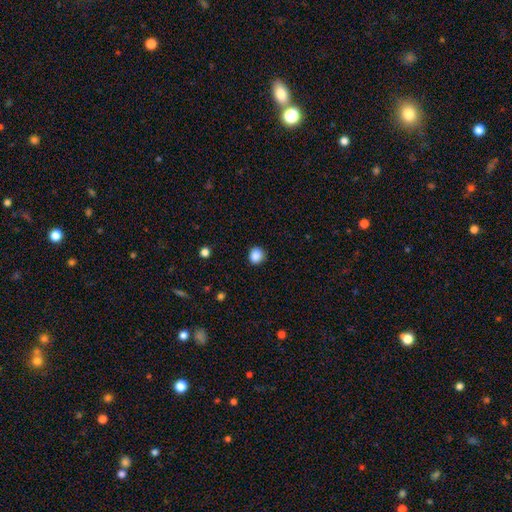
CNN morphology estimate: smooth-or-featured: smooth: 87% | star or artifact: 10% | featured or disk: 3%
  how-rounded: round: 84% | in between: 15% | cigar-shaped: 1%
  merging: none: 88% | minor disturbance: 8% | major disturbance: 2% | merger: 1%